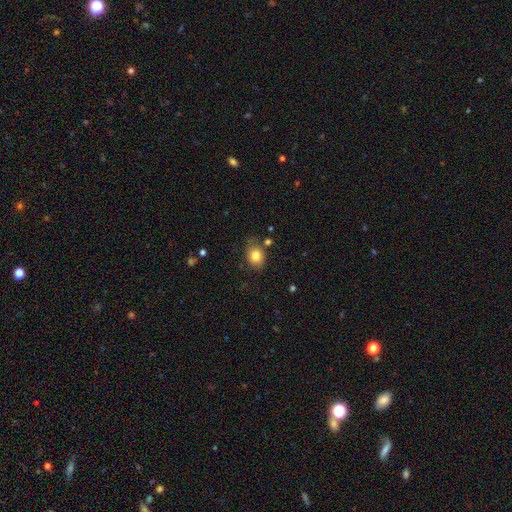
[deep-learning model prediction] A smooth galaxy with no disk features (81%) that is in between round and cigar-shaped (50%).

Vote fractions:
- Smooth or featured? smooth: 81% / star or artifact: 10% / featured or disk: 9%
- How rounded? in between: 50% / round: 49% / cigar-shaped: 1%
- Merging? none: 73% / minor disturbance: 18% / merger: 5% / major disturbance: 5%